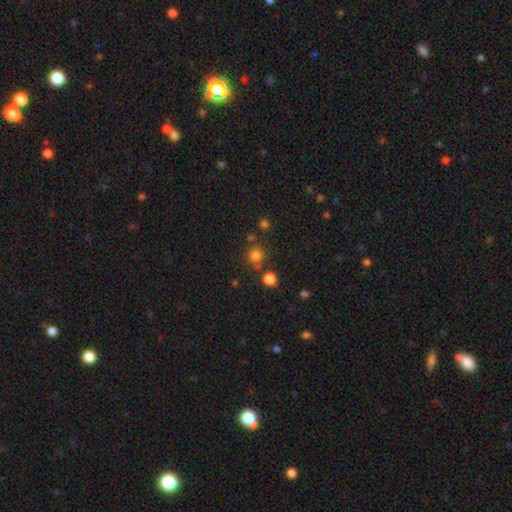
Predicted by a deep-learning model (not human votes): smooth 77%, star or artifact 17%, featured or disk 6%. Down the decision tree: how rounded — round (90%); merging — none (74%).